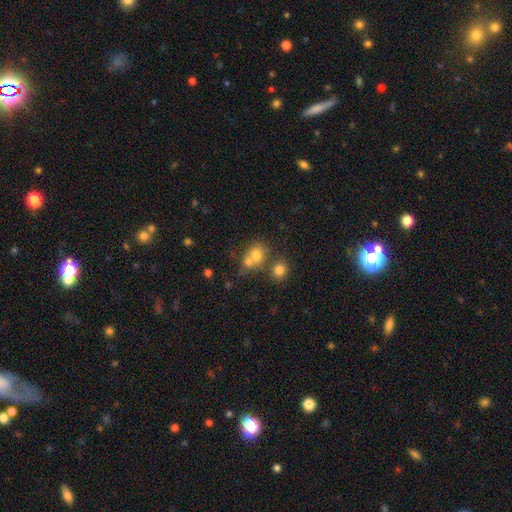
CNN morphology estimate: This is likely a smooth galaxy (72%). How rounded: likely round (62%). Merging: possibly merger (49%).